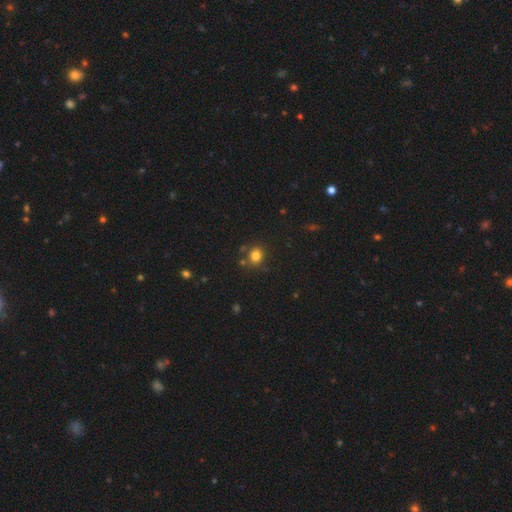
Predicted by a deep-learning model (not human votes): Smooth or featured? smooth (80%)
How rounded? round (69%)
Merging? none (76%)